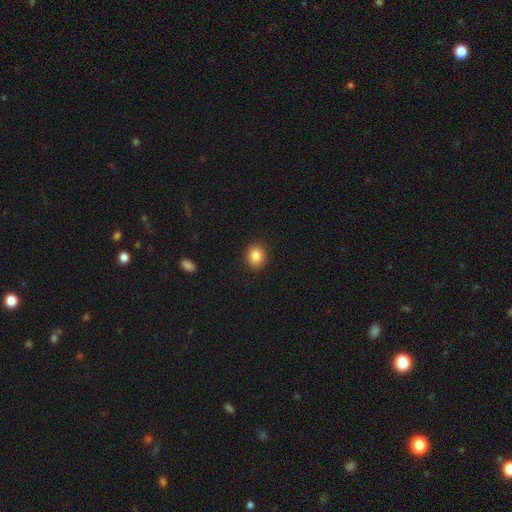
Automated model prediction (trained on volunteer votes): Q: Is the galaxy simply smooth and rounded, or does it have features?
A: smooth — 85%.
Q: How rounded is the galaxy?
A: round — 64%.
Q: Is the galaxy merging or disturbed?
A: none — 90%.